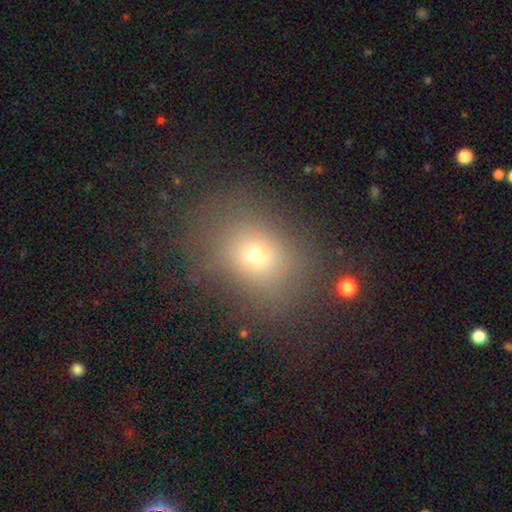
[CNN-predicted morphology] Smooth or featured: smooth — 64% (star or artifact — 21%)
How rounded: round — 54% (in between — 44%)
Merging: none — 71% (minor disturbance — 15%)